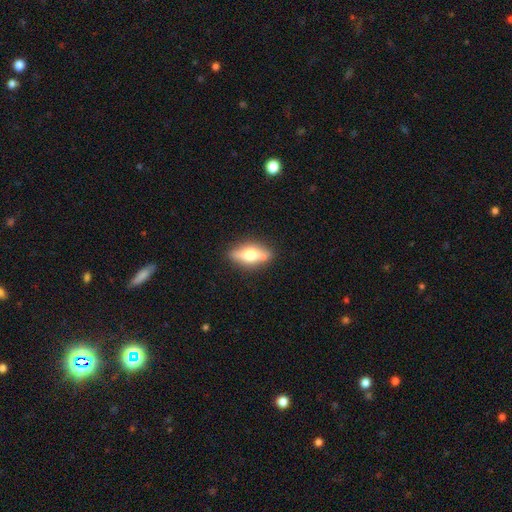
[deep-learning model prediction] Overall: featured or disk (49%; smooth 42%). Merging: none (83%).